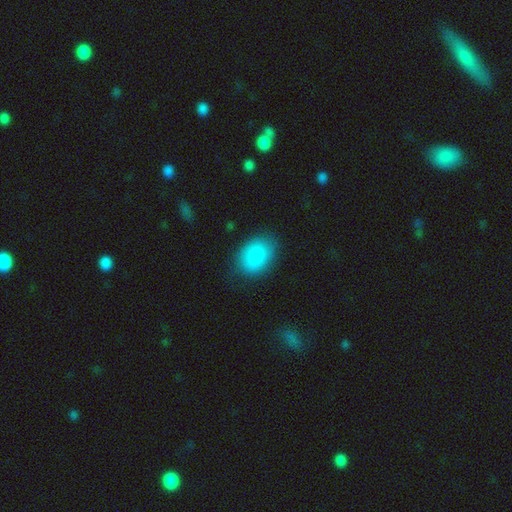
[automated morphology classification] smooth-or-featured: smooth: 87% | star or artifact: 7% | featured or disk: 6%
  how-rounded: in between: 77% | round: 22% | cigar-shaped: 1%
  merging: none: 76% | minor disturbance: 17% | major disturbance: 6% | merger: 1%